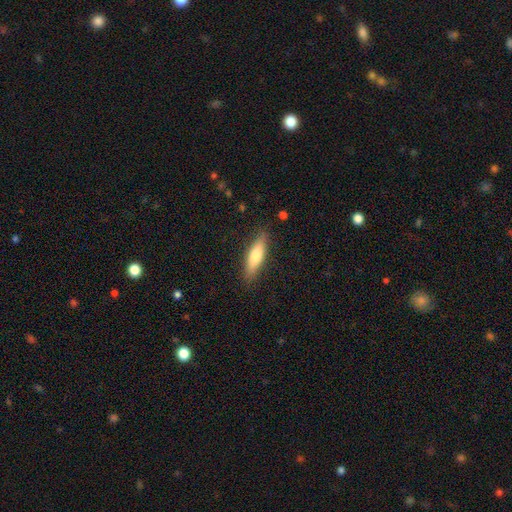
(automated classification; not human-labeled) Overall: smooth (67%; featured or disk 27%). How rounded: cigar-shaped (61%; in between 37%). Merging: none (86%).